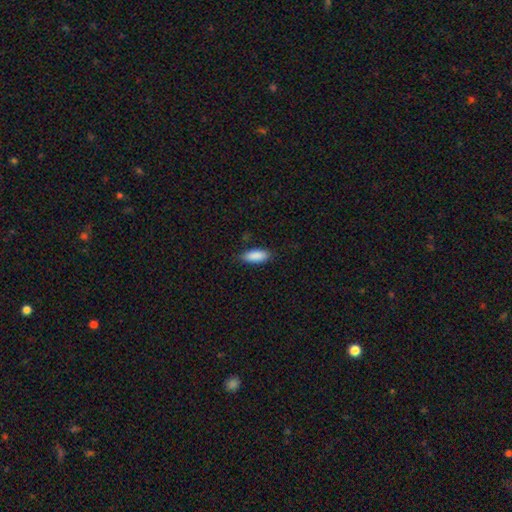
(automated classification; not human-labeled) smooth_or_featured: smooth (p=0.89) [alt: star or artifact p=0.06]
how_rounded: in between (p=0.80) [alt: cigar-shaped p=0.18]
merging: none (p=0.79) [alt: minor disturbance p=0.16]